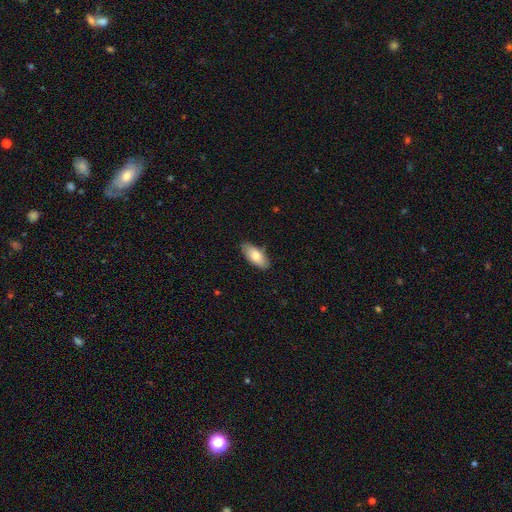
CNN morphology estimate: type=smooth (78%); roundness=in between (85%); merging=none (85%).